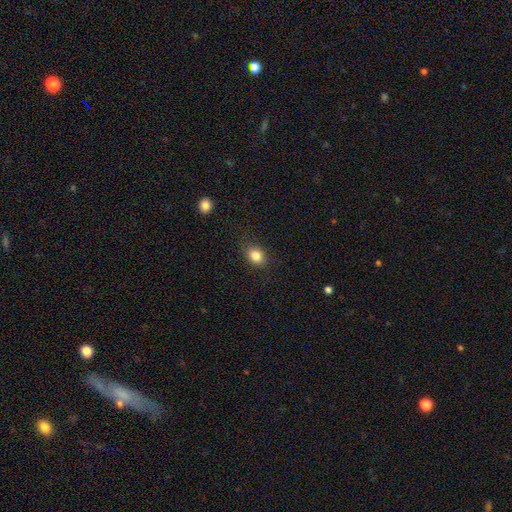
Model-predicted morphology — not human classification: A smooth galaxy with no disk features (83%) that is in between round and cigar-shaped (60%). Merging: none (83%).